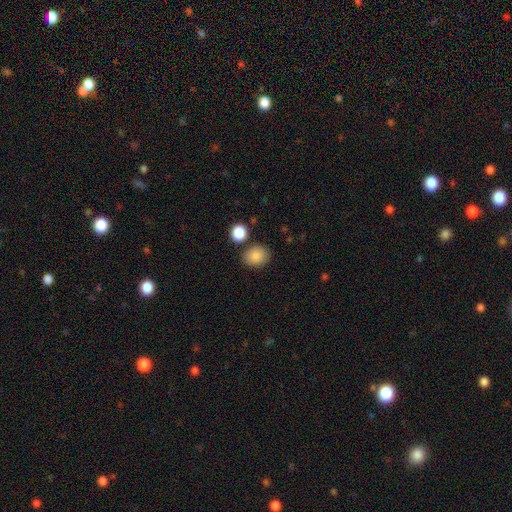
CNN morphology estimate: Smooth or featured? smooth (87%)
How rounded? in between (52%)
Merging? none (78%)